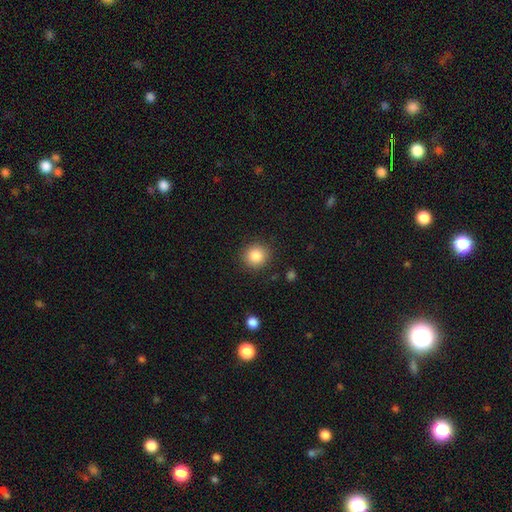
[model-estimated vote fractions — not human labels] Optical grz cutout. It shows a smooth galaxy with no disk features (86%) that is round (89%). Merging: none (89%).